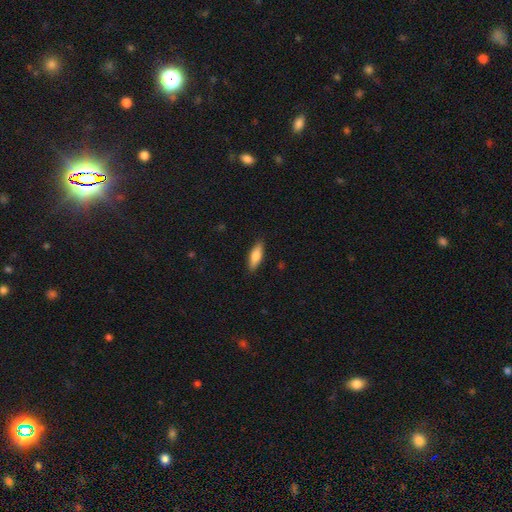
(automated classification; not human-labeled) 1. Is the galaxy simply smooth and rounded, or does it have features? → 77% smooth, 17% featured or disk, 6% star or artifact.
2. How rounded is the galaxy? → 57% in between, 41% cigar-shaped, 2% round.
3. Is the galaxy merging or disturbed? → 87% none, 10% minor disturbance, 2% major disturbance, 1% merger.